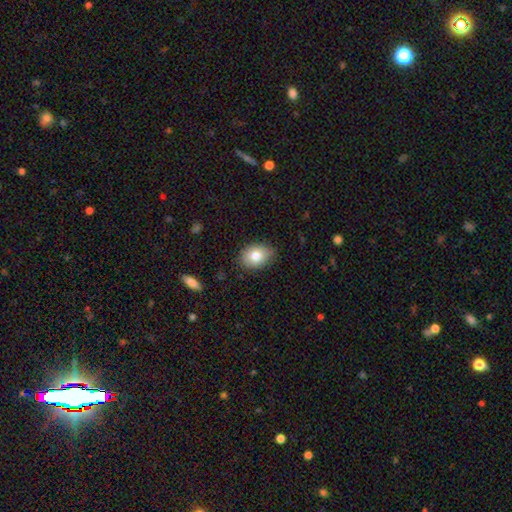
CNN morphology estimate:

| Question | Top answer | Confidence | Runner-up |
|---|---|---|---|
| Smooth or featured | smooth | 80% | featured or disk (12%) |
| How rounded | in between | 73% | round (26%) |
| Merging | none | 82% | minor disturbance (14%) |